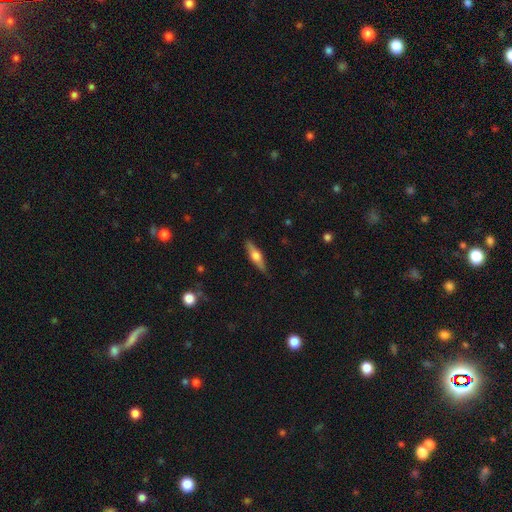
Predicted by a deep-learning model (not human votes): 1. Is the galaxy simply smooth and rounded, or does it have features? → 58% featured or disk, 36% smooth, 6% star or artifact.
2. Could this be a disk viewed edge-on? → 95% yes, 5% no.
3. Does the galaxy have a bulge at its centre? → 92% rounded, 6% boxy, 2% none.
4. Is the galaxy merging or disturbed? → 87% none, 9% minor disturbance, 2% major disturbance, 1% merger.